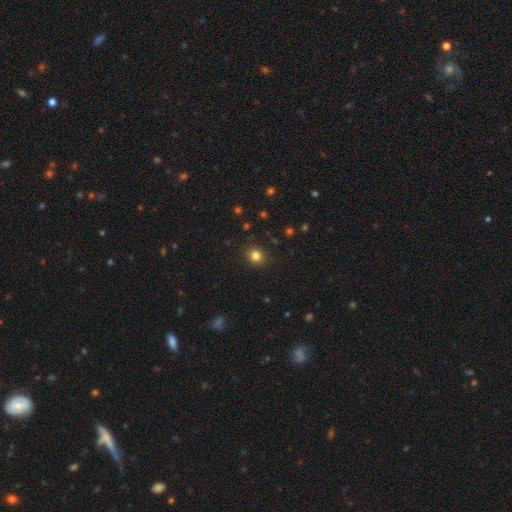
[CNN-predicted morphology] The model was most divided on "how rounded": round: 73%, in between: 26%, cigar-shaped: 1%. More confident: merging — none (88%); smooth or featured — smooth (82%).